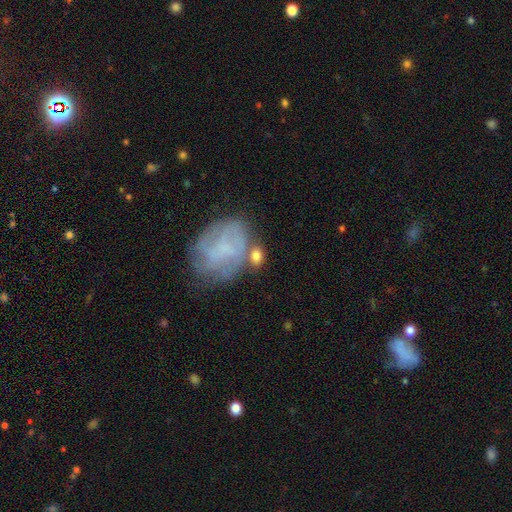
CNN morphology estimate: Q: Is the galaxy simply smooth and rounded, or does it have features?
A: smooth — 63%.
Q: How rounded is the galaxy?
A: in between — 71%.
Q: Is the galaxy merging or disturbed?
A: none — 49%.